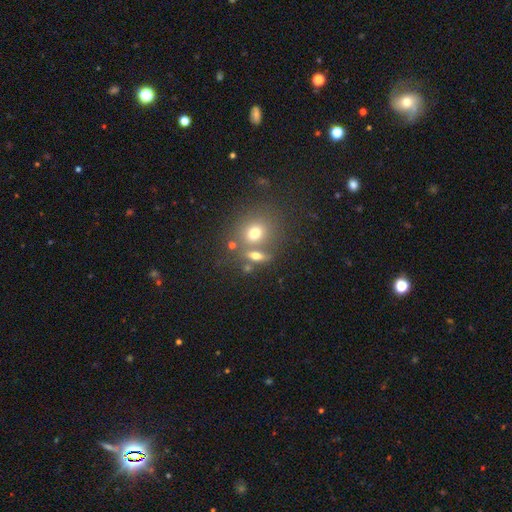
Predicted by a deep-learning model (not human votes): A smooth galaxy with no disk features (63%) that is in between round and cigar-shaped (54%). Merging: none (54%).